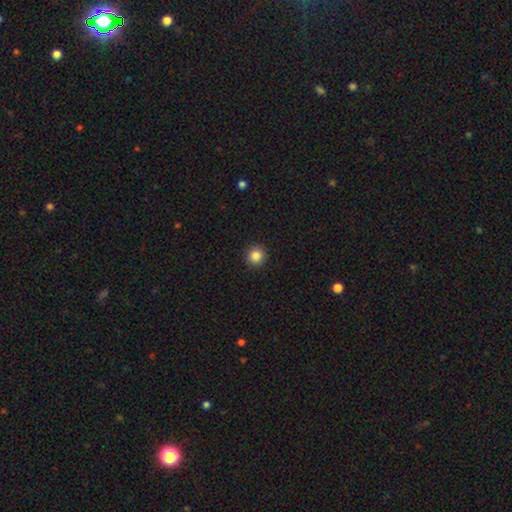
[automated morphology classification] Overall: smooth (86%). How rounded: round (94%). Merging: none (93%).